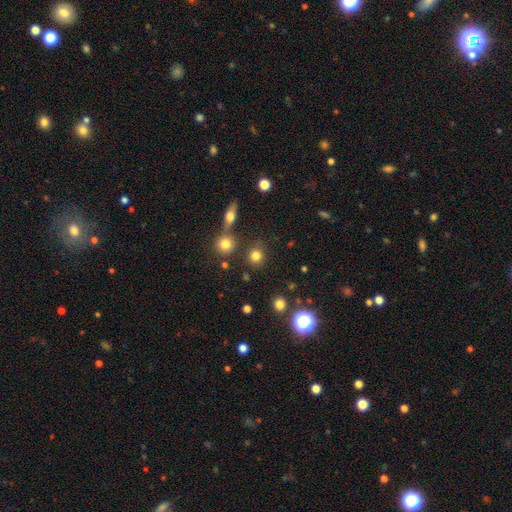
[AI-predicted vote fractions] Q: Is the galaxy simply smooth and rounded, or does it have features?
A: smooth — 80%.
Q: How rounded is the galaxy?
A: round — 88%.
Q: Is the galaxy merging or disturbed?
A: none — 81%.